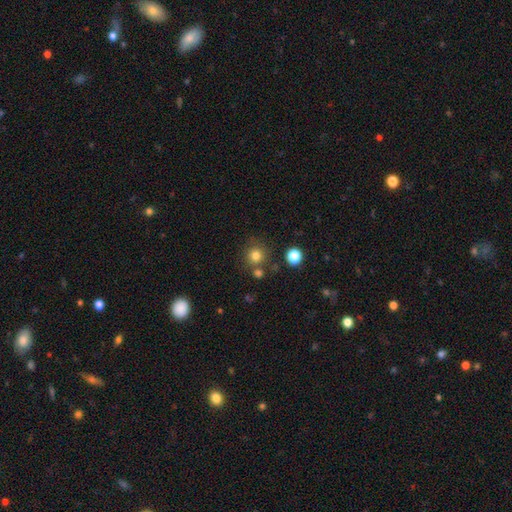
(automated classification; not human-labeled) Overall: smooth (79%). How rounded: round (92%). Merging: none (75%).